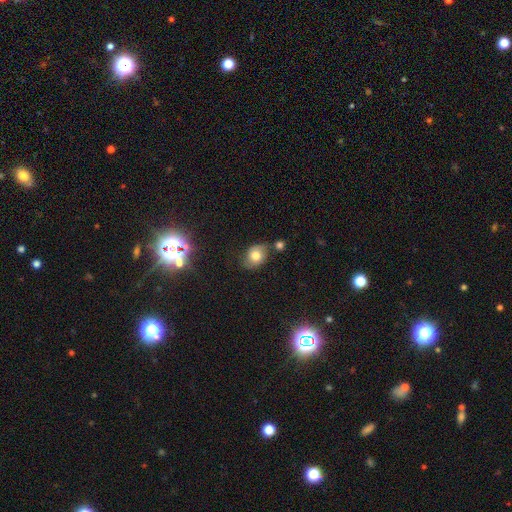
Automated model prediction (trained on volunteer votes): Overall: smooth (68%). How rounded: in between (58%; round 40%). Merging: none (64%).